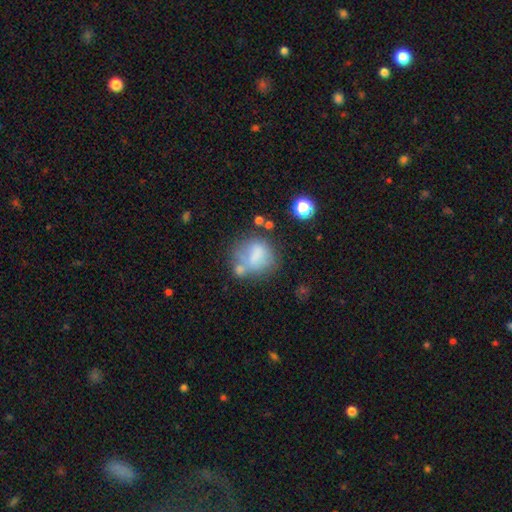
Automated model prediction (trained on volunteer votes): This is likely a smooth galaxy (62%). How rounded: likely round (70%). Merging: marginally none (38%).